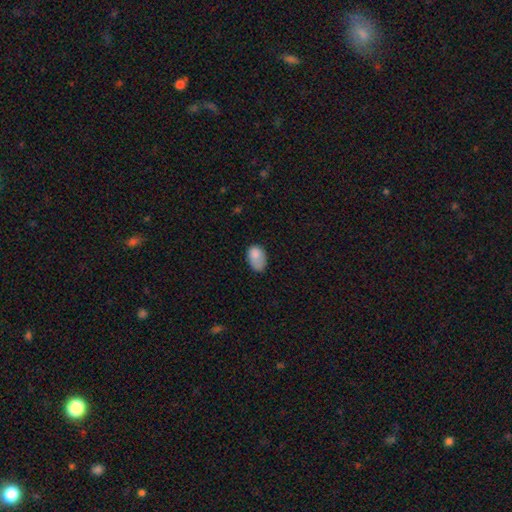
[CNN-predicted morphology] A smooth galaxy with no disk features (82%) that is in between round and cigar-shaped (86%).

Vote fractions:
- Smooth or featured? smooth: 82% / featured or disk: 10% / star or artifact: 9%
- How rounded? in between: 86% / round: 12% / cigar-shaped: 1%
- Merging? none: 46% / minor disturbance: 35% / major disturbance: 14% / merger: 5%